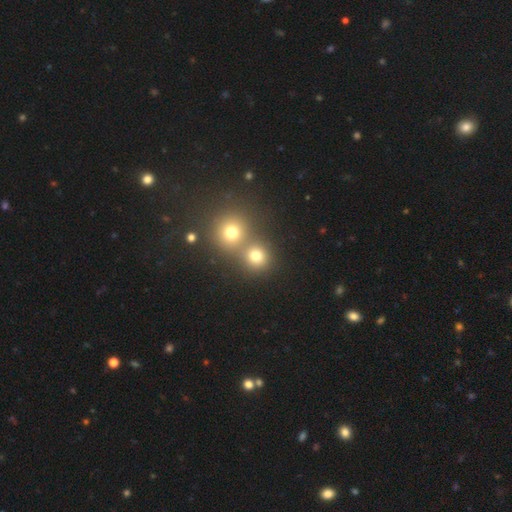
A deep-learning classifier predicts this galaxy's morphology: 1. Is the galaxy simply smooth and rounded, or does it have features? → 72% smooth, 19% star or artifact, 9% featured or disk.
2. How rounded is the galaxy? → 88% round, 11% in between, 1% cigar-shaped.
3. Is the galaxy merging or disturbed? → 53% none, 39% merger, 6% minor disturbance, 3% major disturbance.